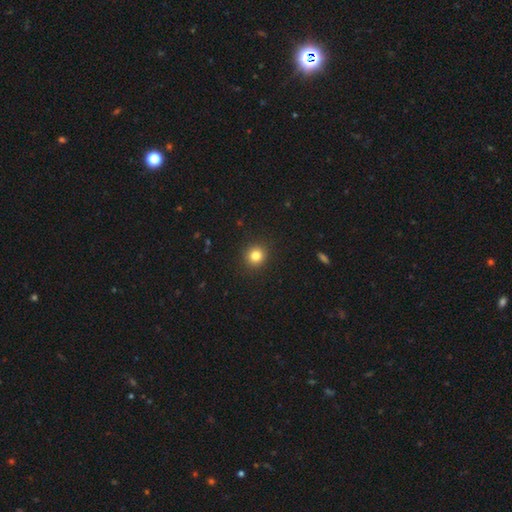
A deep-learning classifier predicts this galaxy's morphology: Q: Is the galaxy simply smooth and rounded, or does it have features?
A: smooth — 83%.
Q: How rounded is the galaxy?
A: round — 89%.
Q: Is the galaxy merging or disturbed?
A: none — 91%.